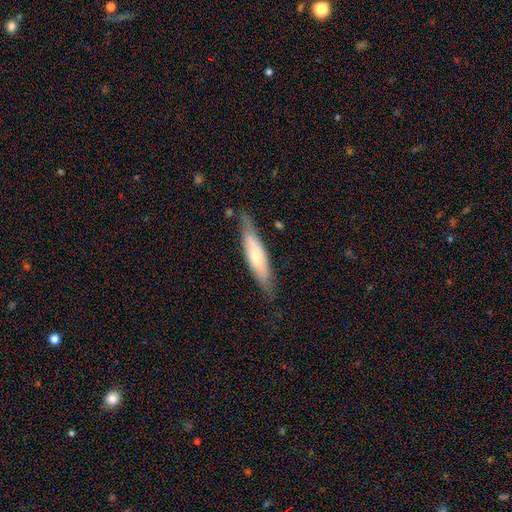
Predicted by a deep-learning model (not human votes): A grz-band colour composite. It shows a smooth galaxy with no disk features (49%). Merging: none (73%).